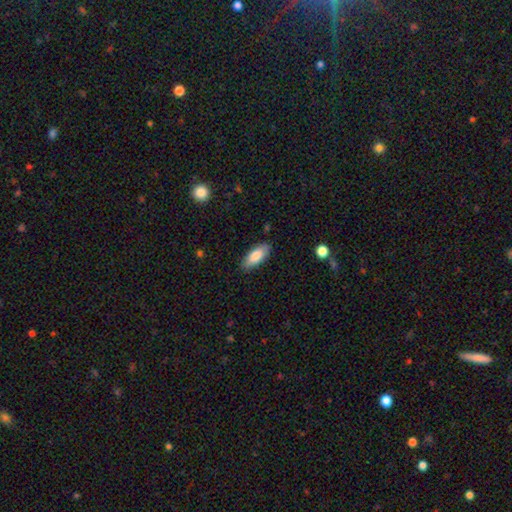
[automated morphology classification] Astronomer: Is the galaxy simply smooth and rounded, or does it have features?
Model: smooth — 82%.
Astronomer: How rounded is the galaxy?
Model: in between — 81%.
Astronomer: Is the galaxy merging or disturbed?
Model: none — 85%.